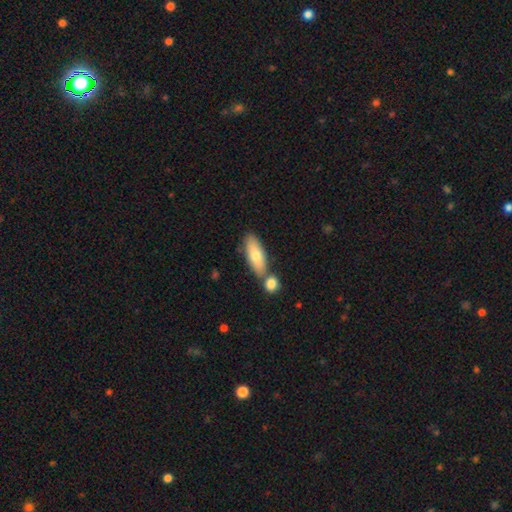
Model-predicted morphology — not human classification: Smooth or featured? Predicted: smooth (p=0.73). How rounded? Predicted: in between (p=0.62). Merging? Predicted: none (p=0.63).